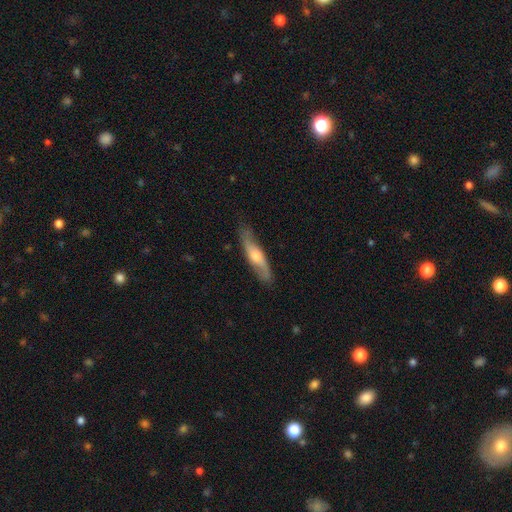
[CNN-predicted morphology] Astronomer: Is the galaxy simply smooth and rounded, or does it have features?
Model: featured or disk — 60% (runner-up: smooth, 35%).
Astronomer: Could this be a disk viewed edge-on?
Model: yes — 53% (runner-up: no, 47%).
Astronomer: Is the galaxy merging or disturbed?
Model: none — 78%.